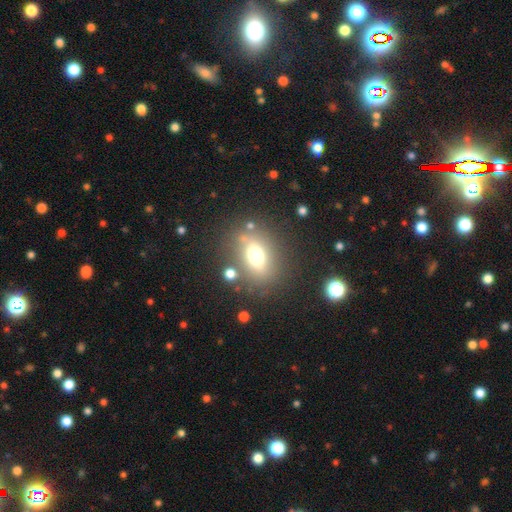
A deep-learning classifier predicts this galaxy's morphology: Q: Smooth or featured?
A: smooth (62%); runner-up: featured or disk (23%)
Q: How rounded?
A: in between (67%); runner-up: round (28%)
Q: Merging?
A: none (73%); runner-up: minor disturbance (13%)